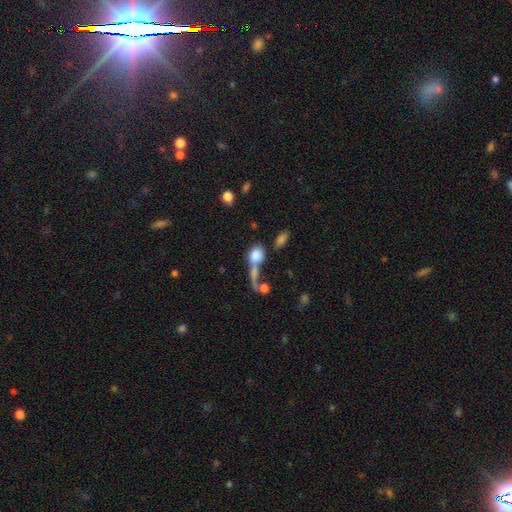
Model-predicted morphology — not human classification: smooth 74%, featured or disk 16%, star or artifact 10%. Down the decision tree: how rounded — in between (52%); merging — merger (54%).